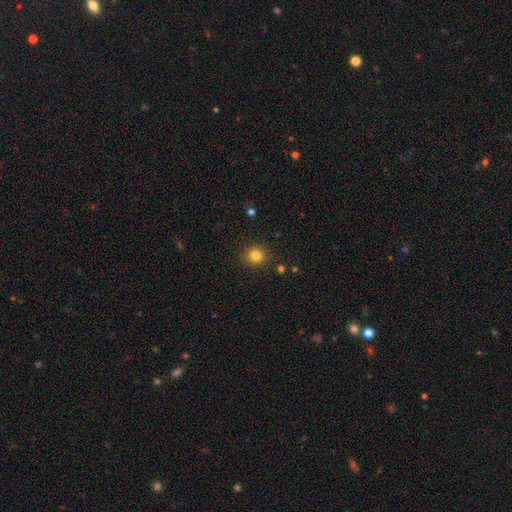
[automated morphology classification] Smooth or featured: smooth — 82% (star or artifact — 12%)
How rounded: round — 91% (in between — 8%)
Merging: none — 90% (minor disturbance — 6%)